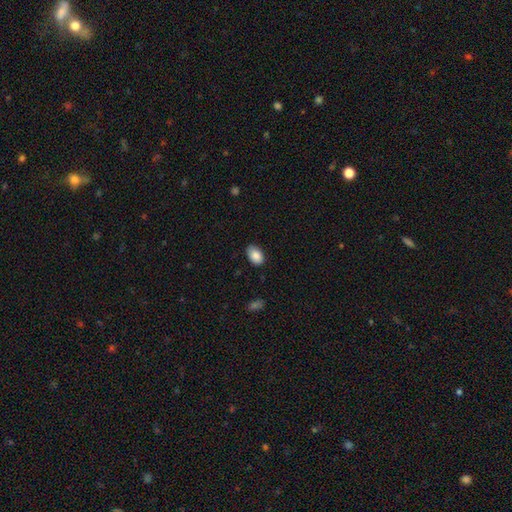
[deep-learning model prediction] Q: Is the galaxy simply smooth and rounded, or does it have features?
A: smooth — 88%.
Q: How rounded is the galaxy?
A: in between — 88%.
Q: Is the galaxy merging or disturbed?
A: none — 82%.